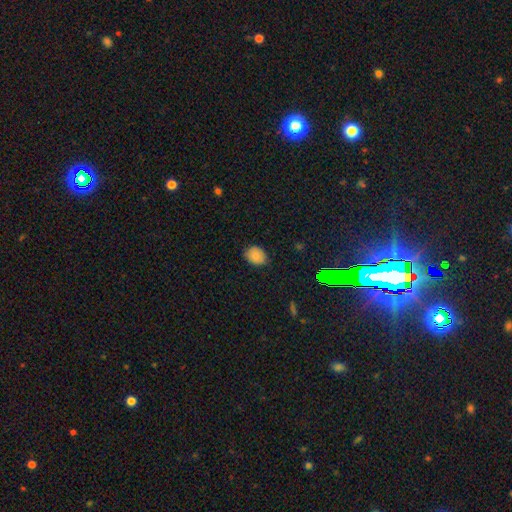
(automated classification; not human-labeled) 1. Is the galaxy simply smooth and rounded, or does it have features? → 83% smooth, 11% star or artifact, 6% featured or disk.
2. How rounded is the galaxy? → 59% in between, 40% round, 1% cigar-shaped.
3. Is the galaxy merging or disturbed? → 81% none, 15% minor disturbance, 3% major disturbance, 1% merger.